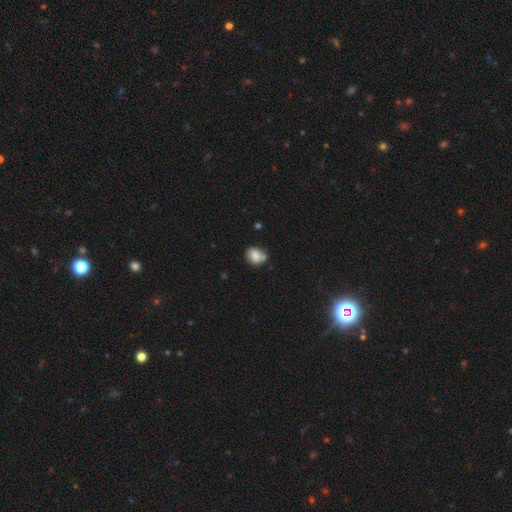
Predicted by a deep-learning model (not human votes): smooth-or-featured: smooth: 80% | featured or disk: 11% | star or artifact: 9%
  how-rounded: round: 51% | in between: 48% | cigar-shaped: 1%
  merging: none: 54% | minor disturbance: 22% | merger: 18% | major disturbance: 5%